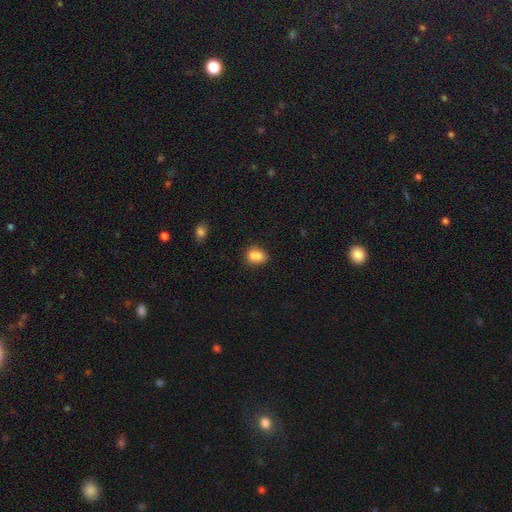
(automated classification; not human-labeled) smooth 82%, star or artifact 10%, featured or disk 8%. Down the decision tree: how rounded — in between (63%); merging — none (52%).